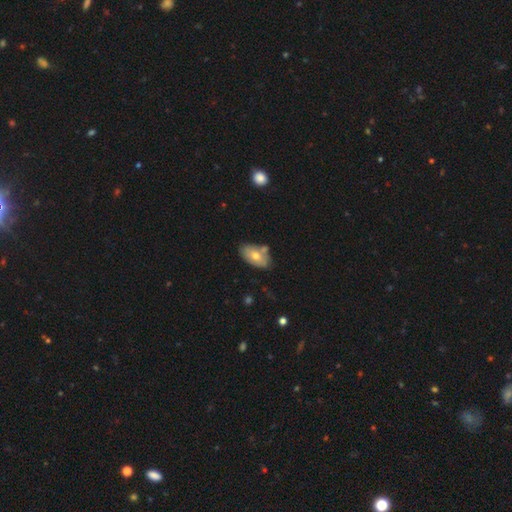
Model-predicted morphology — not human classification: Q: Smooth or featured?
A: smooth (67%); runner-up: featured or disk (26%)
Q: How rounded?
A: in between (92%); runner-up: round (6%)
Q: Merging?
A: none (65%); runner-up: minor disturbance (18%)